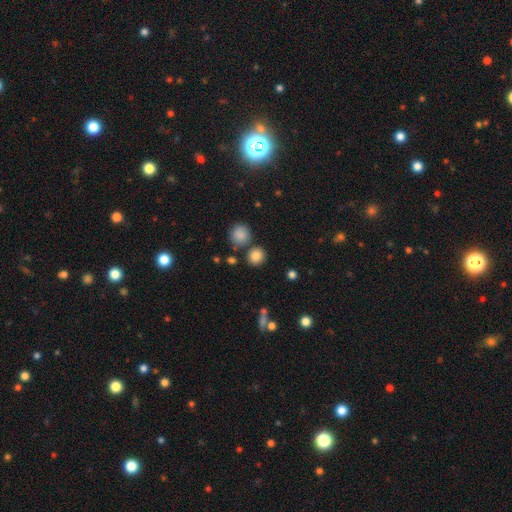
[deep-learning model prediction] A smooth galaxy with no disk features (83%) that is round (87%).

Vote fractions:
- Smooth or featured? smooth: 83% / star or artifact: 11% / featured or disk: 6%
- How rounded? round: 87% / in between: 12% / cigar-shaped: 1%
- Merging? none: 79% / merger: 9% / minor disturbance: 8% / major disturbance: 3%